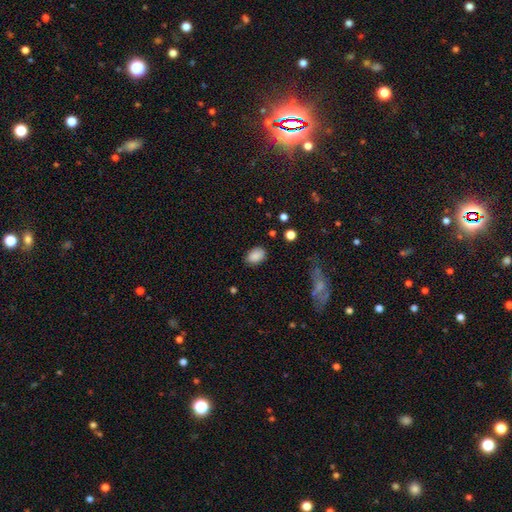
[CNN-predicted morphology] smooth_or_featured: smooth (p=0.87) [alt: star or artifact p=0.08]
how_rounded: in between (p=0.83) [alt: round p=0.15]
merging: none (p=0.81) [alt: minor disturbance p=0.14]